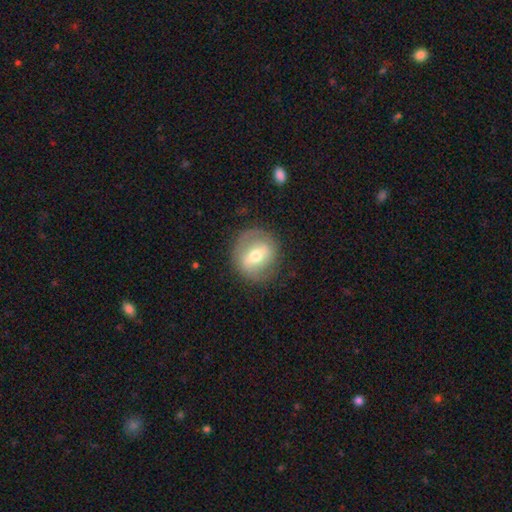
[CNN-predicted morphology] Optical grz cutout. It shows a featured or disk galaxy (49%). Merging: none (80%).